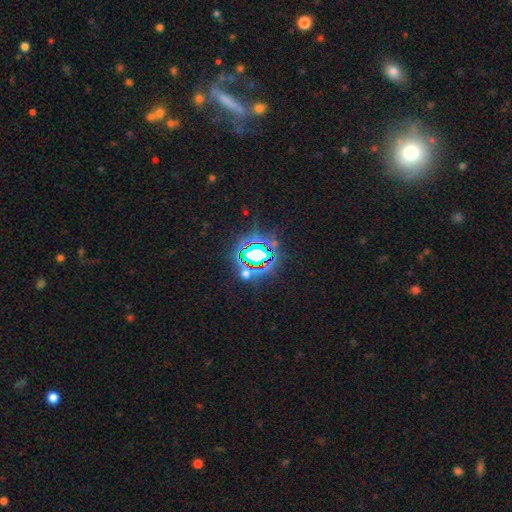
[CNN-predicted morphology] type=star or artifact (76%).